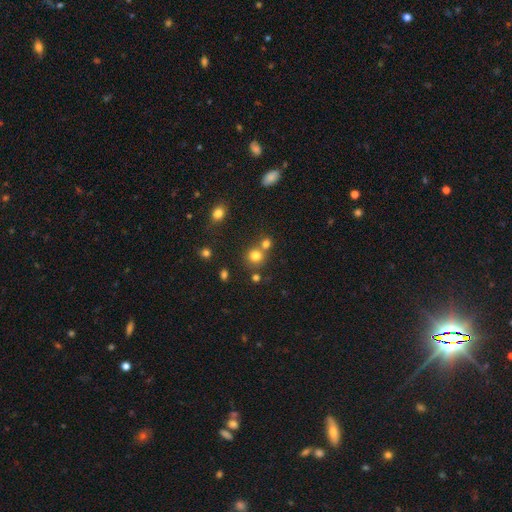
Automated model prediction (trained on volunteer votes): Smooth or featured? smooth (76%)
How rounded? round (88%)
Merging? none (60%)